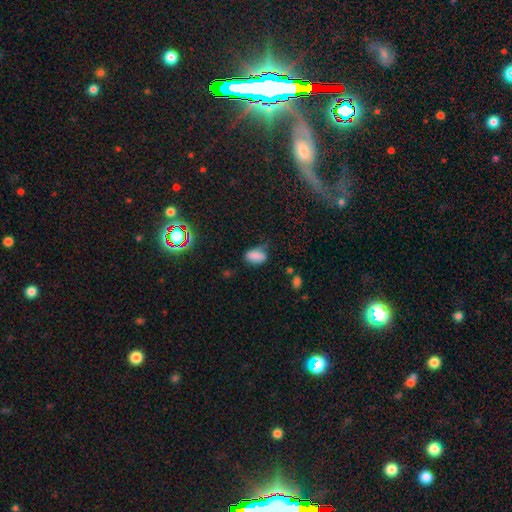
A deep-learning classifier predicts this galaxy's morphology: This appears to be a smooth galaxy with no disk features (76%) that is in between round and cigar-shaped (88%). Merging: none (48%).